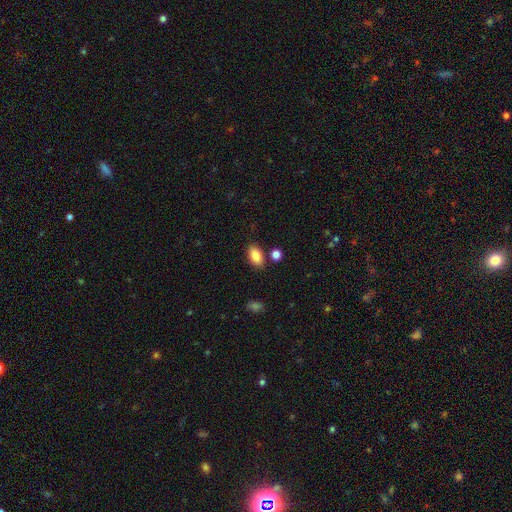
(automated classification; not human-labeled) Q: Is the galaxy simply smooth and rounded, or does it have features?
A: smooth — 87%.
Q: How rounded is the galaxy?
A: in between — 92%.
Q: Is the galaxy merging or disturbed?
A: none — 81%.